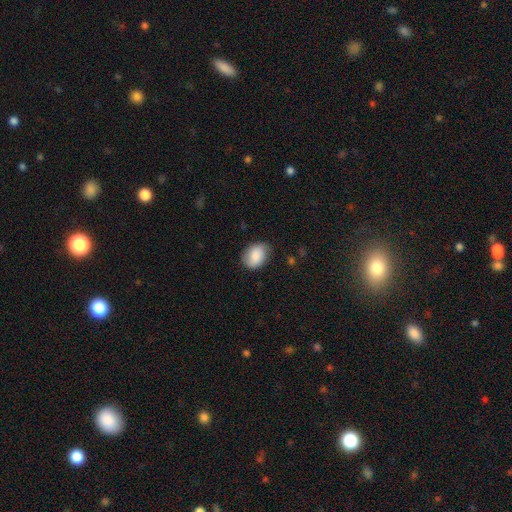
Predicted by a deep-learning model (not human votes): This is clearly a smooth galaxy (83%). How rounded: likely in between (70%). Merging: likely none (78%).